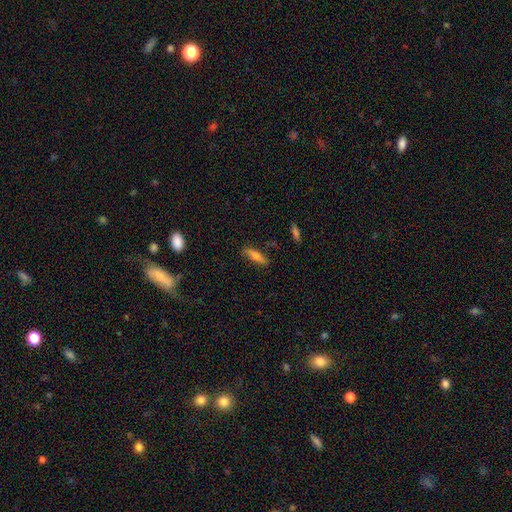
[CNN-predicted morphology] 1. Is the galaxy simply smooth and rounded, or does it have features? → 71% smooth, 21% featured or disk, 8% star or artifact.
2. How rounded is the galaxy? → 65% cigar-shaped, 32% in between, 2% round.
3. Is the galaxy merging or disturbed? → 82% none, 13% minor disturbance, 3% major disturbance, 2% merger.